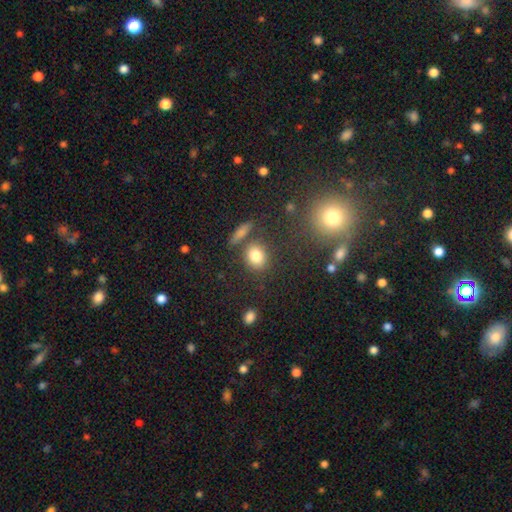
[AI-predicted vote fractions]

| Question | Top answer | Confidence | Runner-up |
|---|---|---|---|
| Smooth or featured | smooth | 80% | star or artifact (12%) |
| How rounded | round | 61% | in between (37%) |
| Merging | none | 72% | merger (12%) |